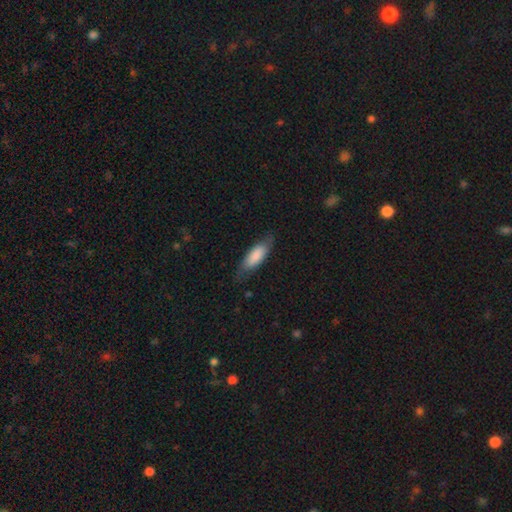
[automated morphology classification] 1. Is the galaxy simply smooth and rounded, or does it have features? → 79% smooth, 15% featured or disk, 6% star or artifact.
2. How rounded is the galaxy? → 68% in between, 30% cigar-shaped, 2% round.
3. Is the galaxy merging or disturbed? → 71% none, 22% minor disturbance, 6% major disturbance, 1% merger.